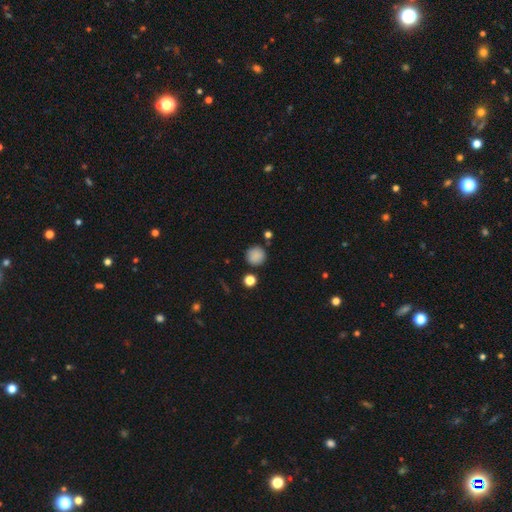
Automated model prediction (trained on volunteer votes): smooth-or-featured: smooth: 86% | star or artifact: 10% | featured or disk: 4%
  how-rounded: round: 93% | in between: 6% | cigar-shaped: 1%
  merging: none: 85% | minor disturbance: 8% | merger: 4% | major disturbance: 3%